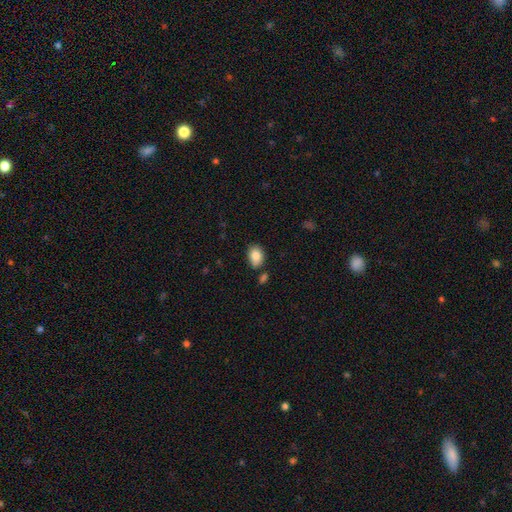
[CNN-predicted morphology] A smooth galaxy with no disk features (84%) that is in between round and cigar-shaped (72%).

Vote fractions:
- Smooth or featured? smooth: 84% / star or artifact: 8% / featured or disk: 8%
- How rounded? in between: 72% / round: 27% / cigar-shaped: 1%
- Merging? none: 74% / minor disturbance: 17% / merger: 6% / major disturbance: 3%